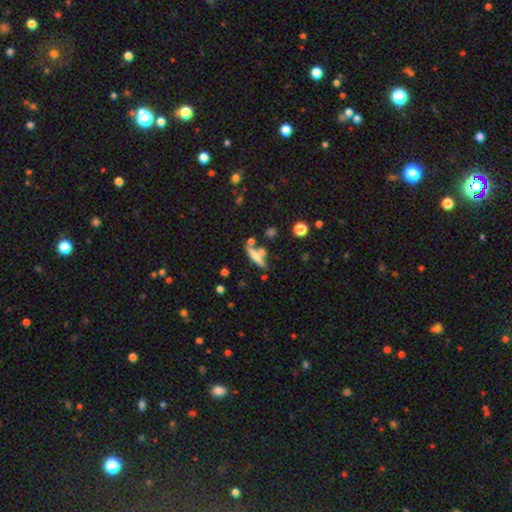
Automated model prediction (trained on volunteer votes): Smooth or featured?
  - smooth: 52% *
  - featured or disk: 38%
  - star or artifact: 10%
How rounded?
  - cigar-shaped: 76% *
  - in between: 20%
  - round: 4%
Merging?
  - none: 58% *
  - merger: 22%
  - minor disturbance: 14%
  - major disturbance: 6%